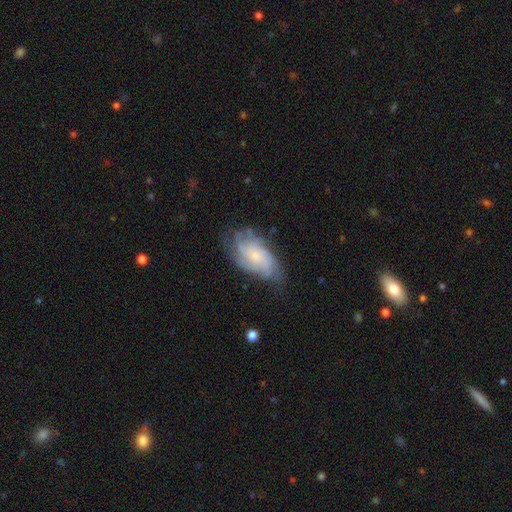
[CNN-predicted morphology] Smooth or featured? featured or disk (69%)
Edge-on disk? no (95%)
Bar? no (76%)
Spiral arms? yes (89%)
Spiral winding? tight (47%)
Spiral arm count? can't tell (42%)
Bulge size? small (64%)
Merging? none (59%)